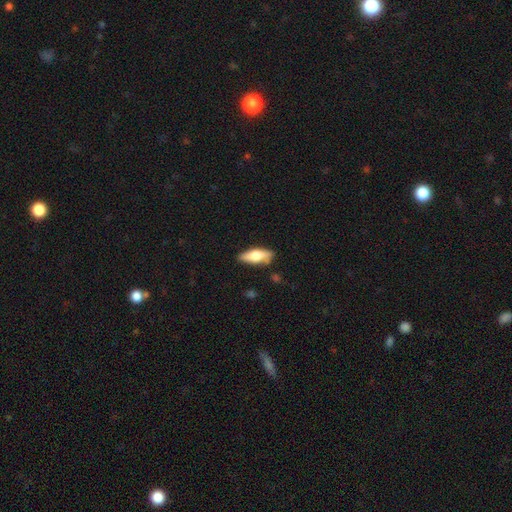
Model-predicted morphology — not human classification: Q: Smooth or featured?
A: smooth (57%); runner-up: featured or disk (37%)
Q: How rounded?
A: in between (65%); runner-up: cigar-shaped (32%)
Q: Merging?
A: none (74%); runner-up: minor disturbance (18%)